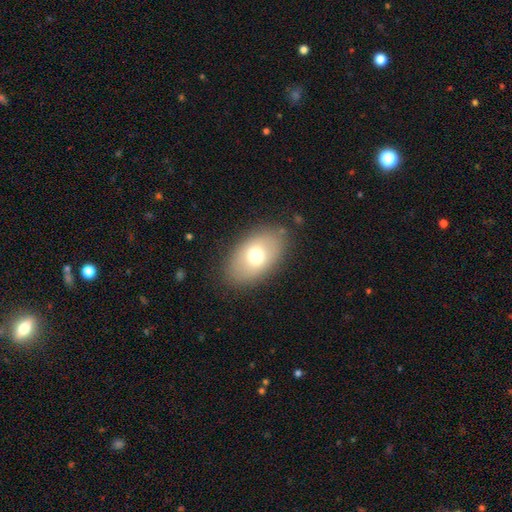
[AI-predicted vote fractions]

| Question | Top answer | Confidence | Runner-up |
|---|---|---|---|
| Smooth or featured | smooth | 68% | featured or disk (23%) |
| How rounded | in between | 89% | round (9%) |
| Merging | none | 84% | minor disturbance (11%) |